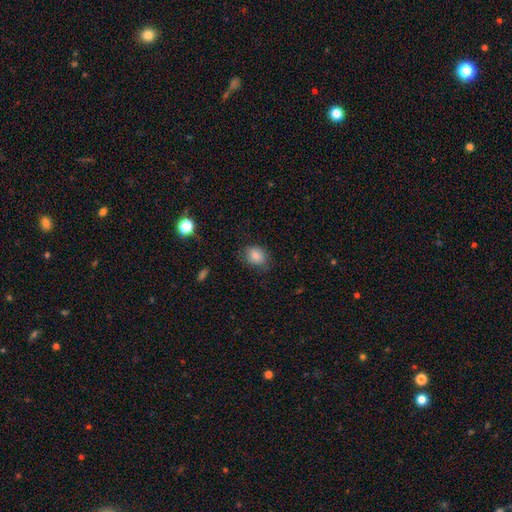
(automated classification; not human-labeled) Smooth or featured? Predicted: smooth (p=0.84). How rounded? Predicted: in between (p=0.56). Merging? Predicted: none (p=0.72).